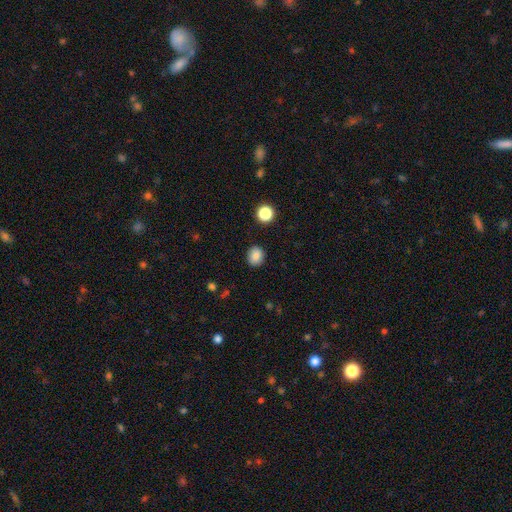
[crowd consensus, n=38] This appears to be a smooth galaxy with no disk features (84%) that is round (62%). Merging: none (94%).